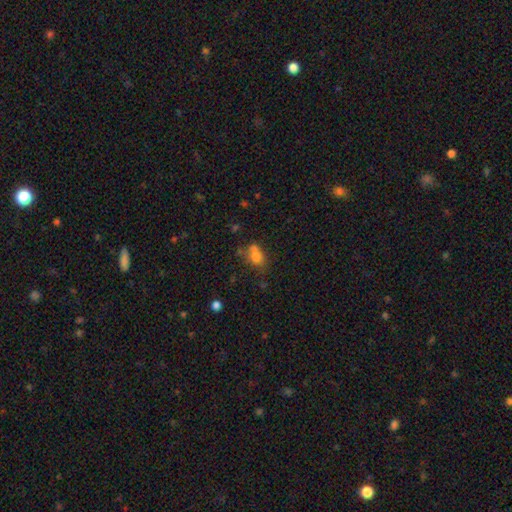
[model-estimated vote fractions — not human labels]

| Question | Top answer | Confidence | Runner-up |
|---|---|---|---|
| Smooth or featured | smooth | 71% | featured or disk (16%) |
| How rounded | in between | 67% | round (30%) |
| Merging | none | 39% | merger (33%) |